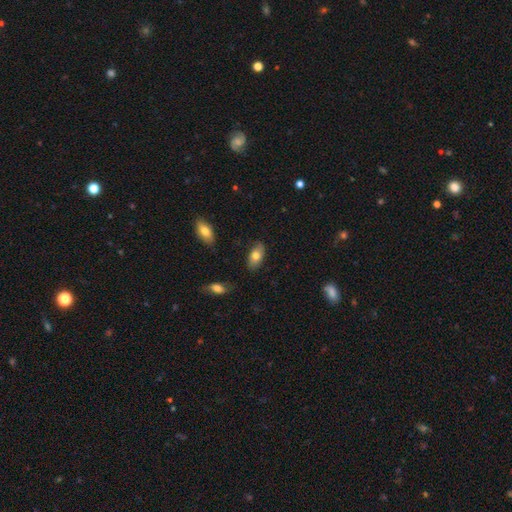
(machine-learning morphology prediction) Overall: smooth (75%). How rounded: in between (91%). Merging: none (84%).